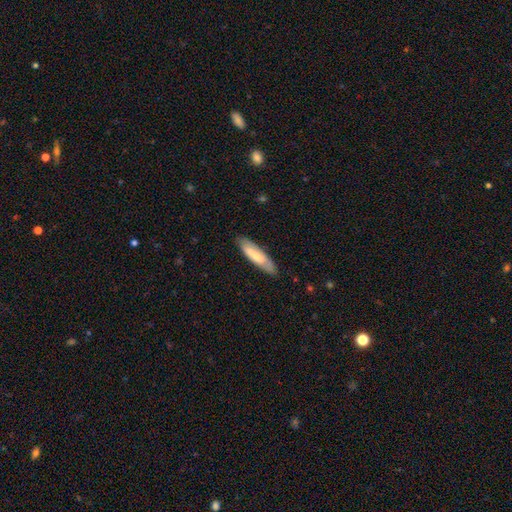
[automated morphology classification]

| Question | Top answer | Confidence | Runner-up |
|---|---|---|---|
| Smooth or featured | smooth | 63% | featured or disk (32%) |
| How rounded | cigar-shaped | 64% | in between (34%) |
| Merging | none | 83% | minor disturbance (13%) |